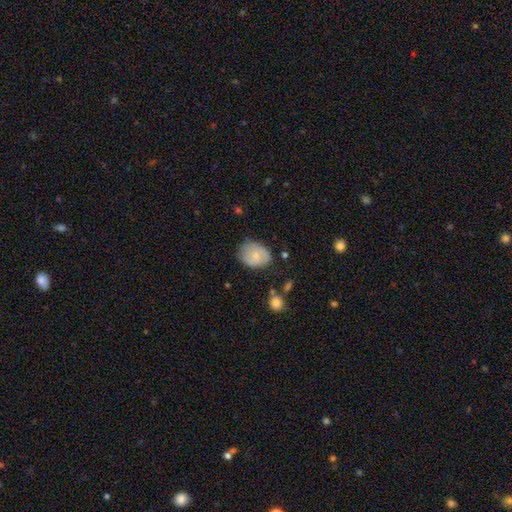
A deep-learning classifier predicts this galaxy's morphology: This is likely a smooth galaxy (73%). How rounded: possibly in between (60%). Merging: likely none (63%).